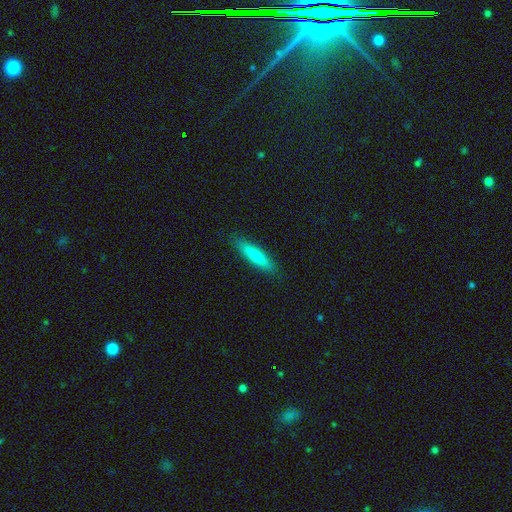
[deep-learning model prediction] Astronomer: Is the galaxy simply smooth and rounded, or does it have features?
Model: smooth — 77%.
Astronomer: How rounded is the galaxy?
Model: cigar-shaped — 83%.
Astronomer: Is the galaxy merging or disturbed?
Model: none — 88%.